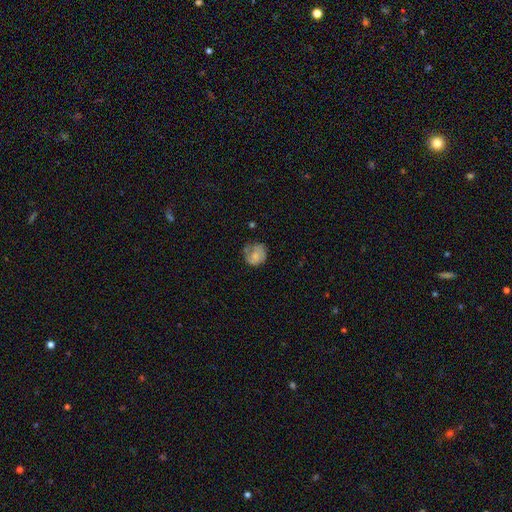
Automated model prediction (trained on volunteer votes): smooth-or-featured: smooth: 56% | featured or disk: 36% | star or artifact: 8%
  how-rounded: round: 77% | in between: 22% | cigar-shaped: 1%
  merging: none: 54% | minor disturbance: 29% | major disturbance: 14% | merger: 3%